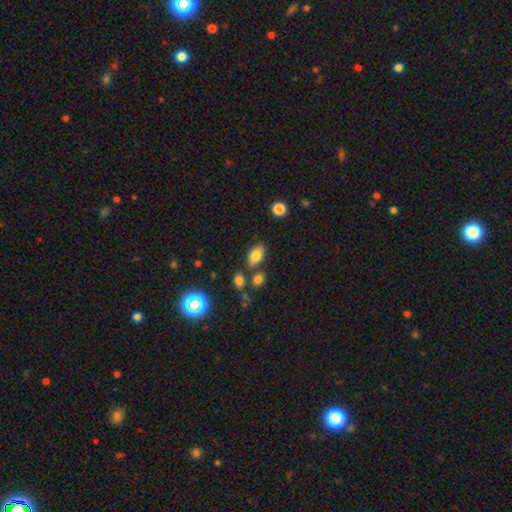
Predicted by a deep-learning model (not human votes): Smooth or featured? smooth (78%)
How rounded? in between (90%)
Merging? none (75%)